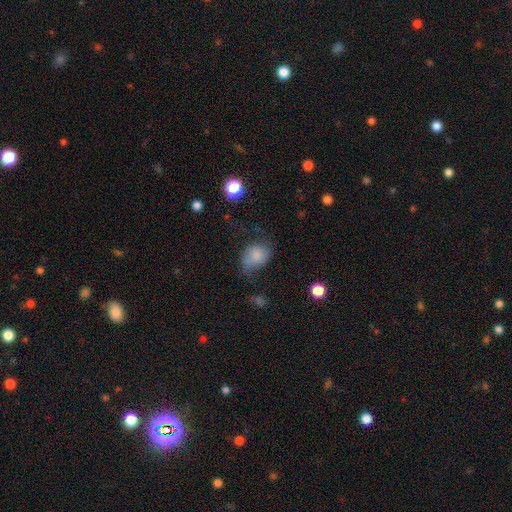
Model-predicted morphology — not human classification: smooth 67%, featured or disk 22%, star or artifact 11%. Down the decision tree: how rounded — in between (66%); merging — none (44%).